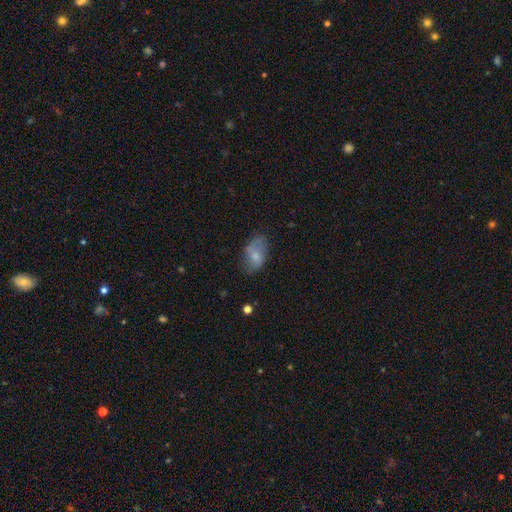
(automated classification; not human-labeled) Smooth or featured? Predicted: smooth (p=0.59). How rounded? Predicted: in between (p=0.89). Merging? Predicted: none (p=0.57).